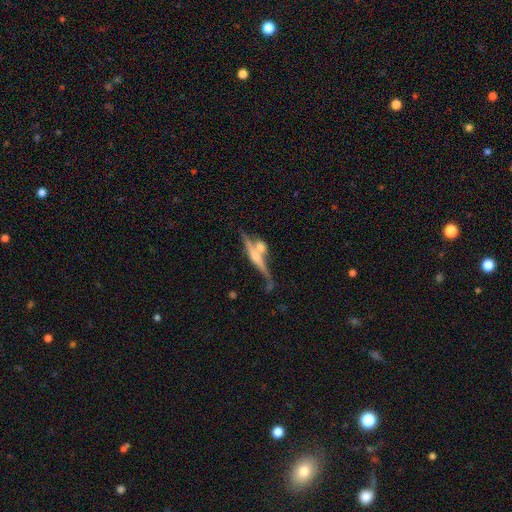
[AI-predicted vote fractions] smooth_or_featured: featured or disk (p=0.64) [alt: smooth p=0.28]
disk_edge_on: yes (p=0.91) [alt: no p=0.09]
edge_on_bulge: rounded (p=0.62) [alt: none p=0.22]
merging: none (p=0.49) [alt: merger p=0.33]